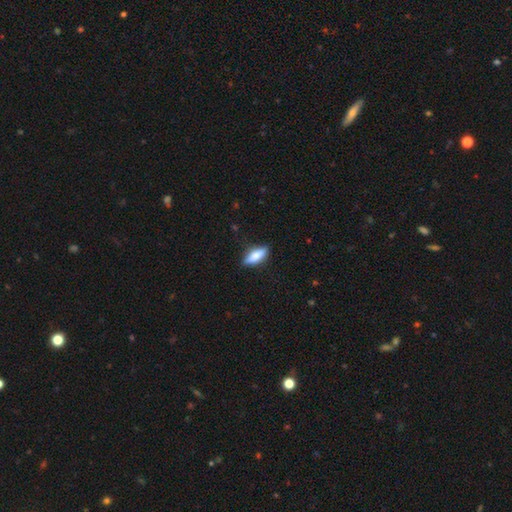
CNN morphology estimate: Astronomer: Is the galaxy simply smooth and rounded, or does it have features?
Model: smooth — 70%.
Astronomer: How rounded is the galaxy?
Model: in between — 63%.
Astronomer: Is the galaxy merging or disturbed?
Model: none — 85%.